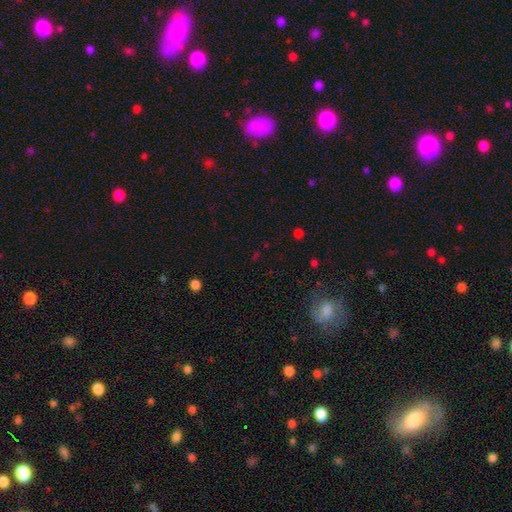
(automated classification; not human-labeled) Smooth or featured?
  - star or artifact: 61% *
  - smooth: 31%
  - featured or disk: 8%